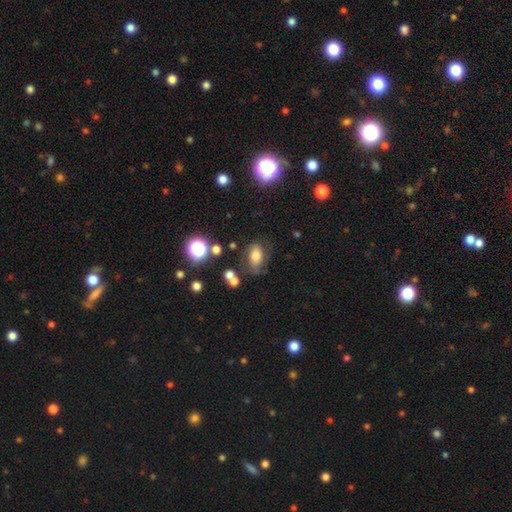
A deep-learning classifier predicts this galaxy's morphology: smooth-or-featured: smooth: 68% | featured or disk: 18% | star or artifact: 14%
  how-rounded: in between: 83% | round: 15% | cigar-shaped: 3%
  merging: none: 63% | minor disturbance: 21% | major disturbance: 9% | merger: 7%